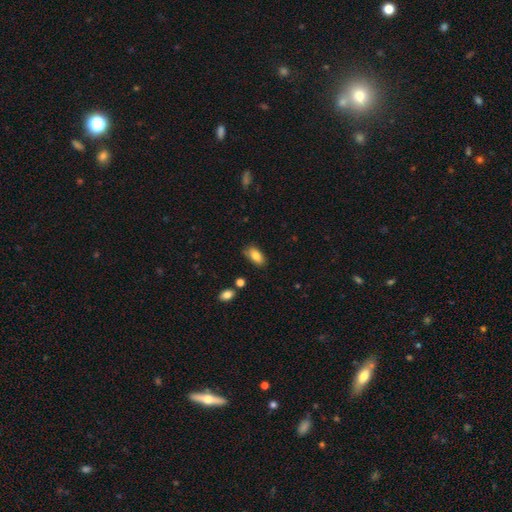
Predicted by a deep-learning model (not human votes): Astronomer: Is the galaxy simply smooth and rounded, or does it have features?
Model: smooth — 84%.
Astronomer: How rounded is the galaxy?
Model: in between — 91%.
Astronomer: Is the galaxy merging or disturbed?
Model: none — 78%.